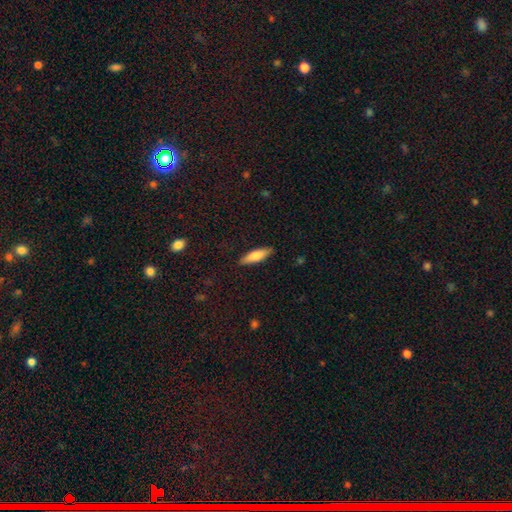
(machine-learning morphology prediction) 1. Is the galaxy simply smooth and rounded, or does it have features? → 78% smooth, 16% featured or disk, 6% star or artifact.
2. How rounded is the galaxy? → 55% cigar-shaped, 43% in between, 2% round.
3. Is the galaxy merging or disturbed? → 87% none, 10% minor disturbance, 2% major disturbance, 1% merger.